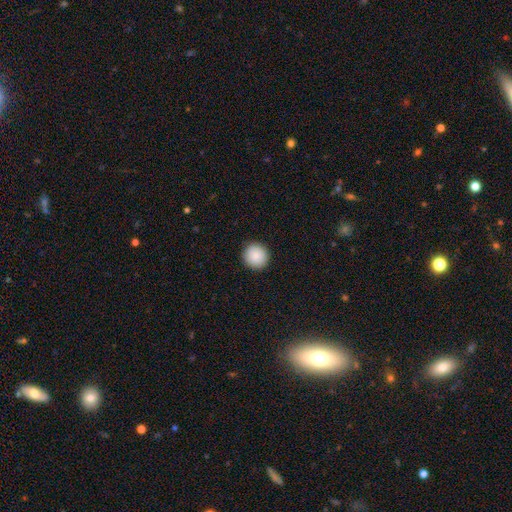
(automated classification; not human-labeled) Q: Smooth or featured?
A: smooth (89%); runner-up: star or artifact (8%)
Q: How rounded?
A: round (93%); runner-up: in between (6%)
Q: Merging?
A: none (93%); runner-up: minor disturbance (5%)